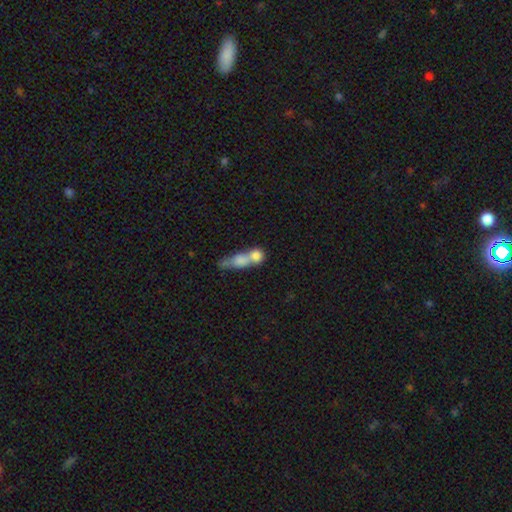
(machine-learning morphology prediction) smooth_or_featured: smooth (p=0.72) [alt: featured or disk p=0.19]
how_rounded: round (p=0.47) [alt: in between p=0.35]
merging: merger (p=0.67) [alt: none p=0.20]